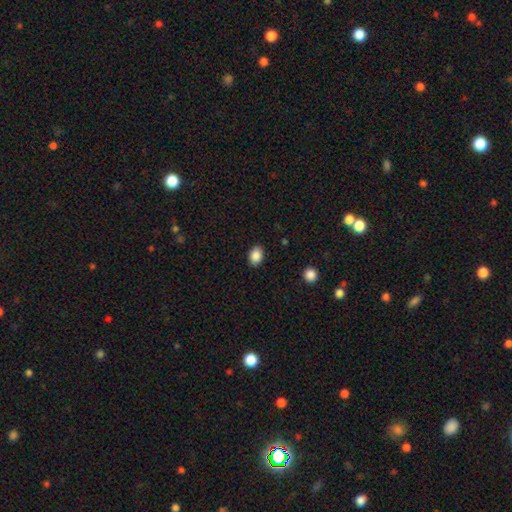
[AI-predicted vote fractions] smooth 88%, star or artifact 9%, featured or disk 4%. Down the decision tree: how rounded — in between (71%); merging — none (88%).